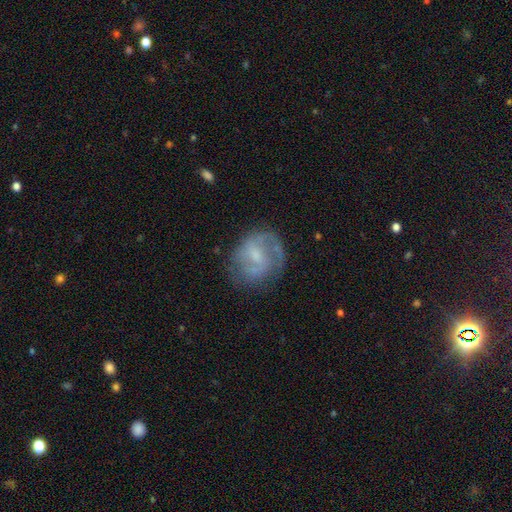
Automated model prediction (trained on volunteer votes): smooth-or-featured: featured or disk: 68% | smooth: 24% | star or artifact: 7%
  disk-edge-on: no: 97% | yes: 3%
    bar: weak: 50% | no: 39% | strong: 11%
    has-spiral-arms: yes: 80% | no: 20%
      spiral-winding: medium: 43% | tight: 34% | loose: 22%
      spiral-arm-count: 2: 51% | can't tell: 25% | 1: 13% | 3: 7% | 4: 2% | more than 4: 2%
    bulge-size: small: 51% | moderate: 32% | none: 14% | large: 2% | dominant: 1%
  merging: none: 63% | minor disturbance: 21% | major disturbance: 14% | merger: 2%